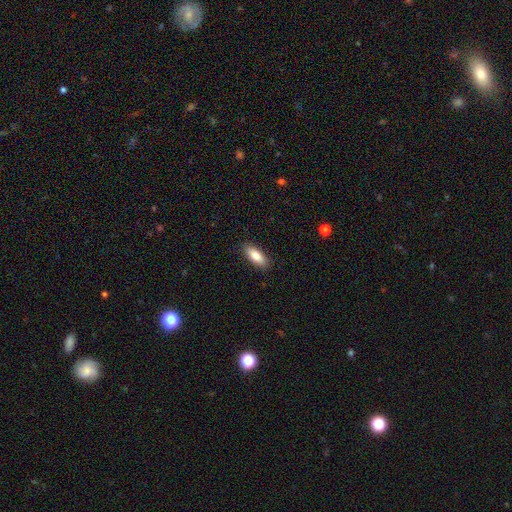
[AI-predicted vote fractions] Smooth or featured? Predicted: smooth (p=0.83). How rounded? Predicted: in between (p=0.79). Merging? Predicted: none (p=0.88).